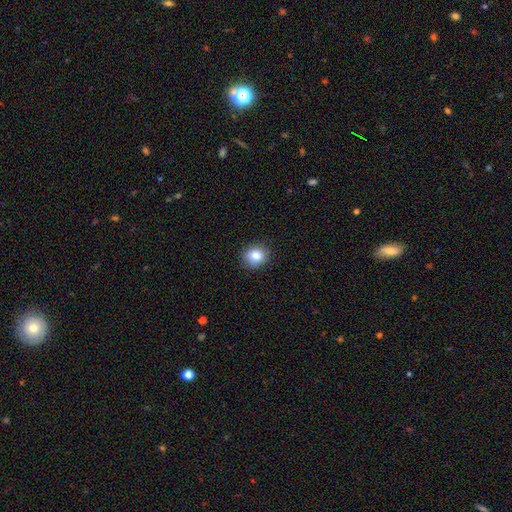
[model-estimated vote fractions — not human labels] A smooth galaxy with no disk features (82%) that is round (80%).

Vote fractions:
- Smooth or featured? smooth: 82% / star or artifact: 11% / featured or disk: 7%
- How rounded? round: 80% / in between: 19% / cigar-shaped: 1%
- Merging? none: 89% / minor disturbance: 8% / major disturbance: 2% / merger: 1%